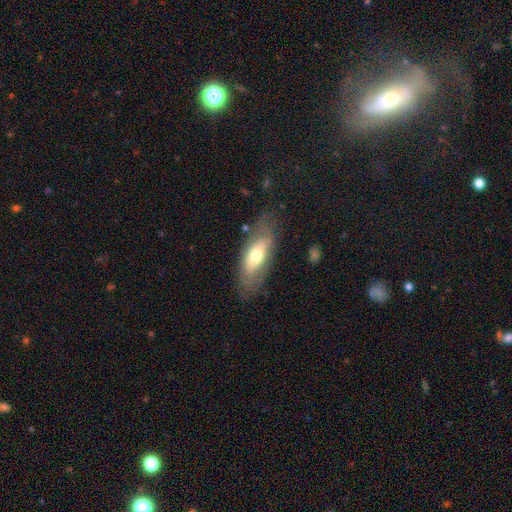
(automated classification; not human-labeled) A smooth galaxy with no disk features (54%) that is in between round and cigar-shaped (76%).

Vote fractions:
- Smooth or featured? smooth: 54% / featured or disk: 39% / star or artifact: 6%
- How rounded? in between: 76% / cigar-shaped: 22% / round: 3%
- Merging? none: 74% / minor disturbance: 18% / major disturbance: 6% / merger: 2%